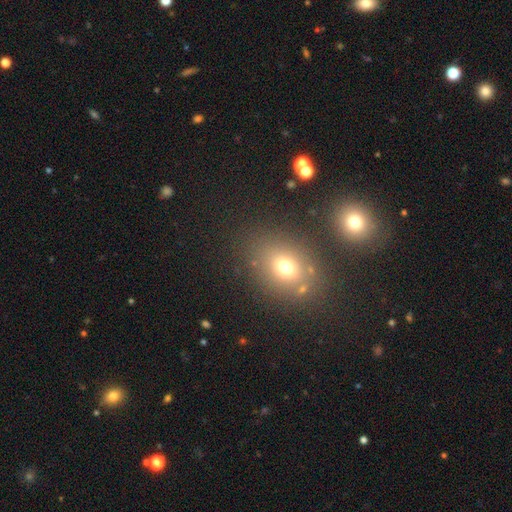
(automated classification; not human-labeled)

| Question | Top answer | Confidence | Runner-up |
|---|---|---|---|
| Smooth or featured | smooth | 58% | star or artifact (29%) |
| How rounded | in between | 57% | round (41%) |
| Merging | none | 74% | merger (12%) |